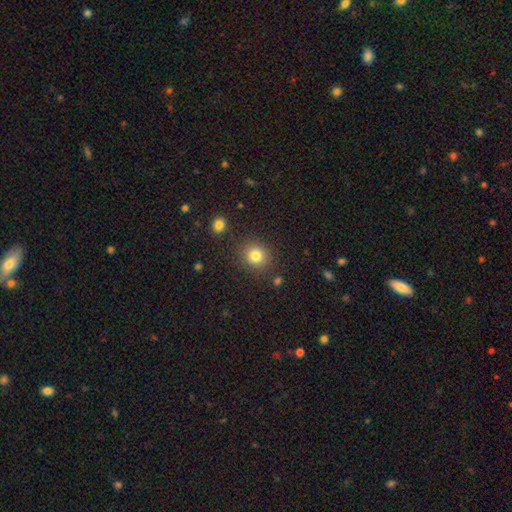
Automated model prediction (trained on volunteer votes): A smooth galaxy with no disk features (81%) that is round (80%).

Vote fractions:
- Smooth or featured? smooth: 81% / star or artifact: 12% / featured or disk: 7%
- How rounded? round: 80% / in between: 19% / cigar-shaped: 1%
- Merging? none: 86% / minor disturbance: 8% / major disturbance: 3% / merger: 3%